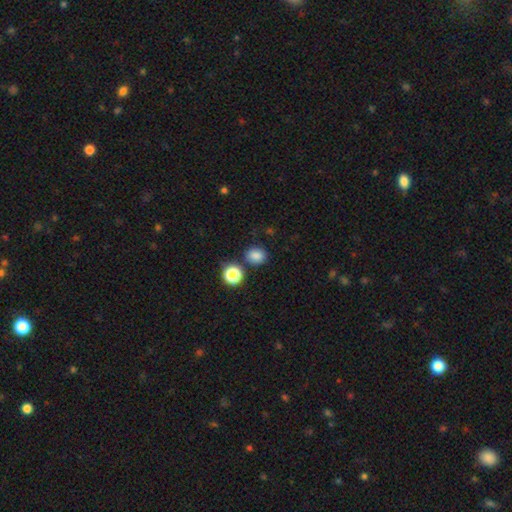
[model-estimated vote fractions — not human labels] Q: Smooth or featured?
A: smooth (82%); runner-up: star or artifact (14%)
Q: How rounded?
A: round (71%); runner-up: in between (28%)
Q: Merging?
A: none (80%); runner-up: minor disturbance (10%)